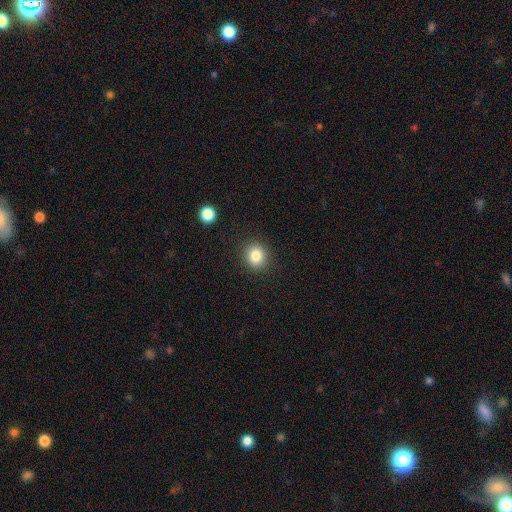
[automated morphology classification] The model was most divided on "how rounded": round: 78%, in between: 22%, cigar-shaped: 1%. More confident: merging — none (89%); smooth or featured — smooth (83%).